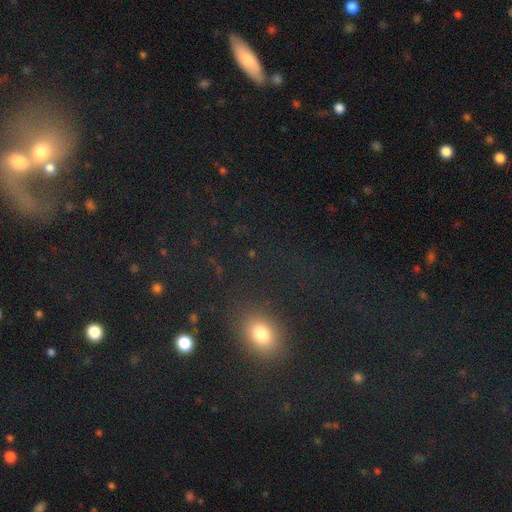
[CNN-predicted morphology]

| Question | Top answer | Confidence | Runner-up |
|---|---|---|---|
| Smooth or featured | smooth | 63% | star or artifact (24%) |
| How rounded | round | 59% | in between (38%) |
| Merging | none | 79% | minor disturbance (9%) |